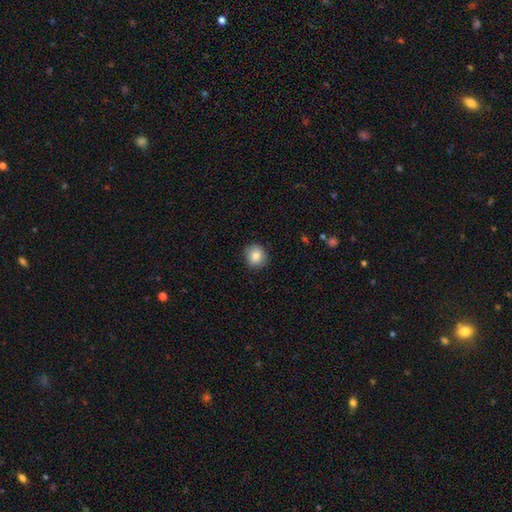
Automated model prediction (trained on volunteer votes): Q: Smooth or featured?
A: smooth (85%); runner-up: star or artifact (9%)
Q: How rounded?
A: round (85%); runner-up: in between (14%)
Q: Merging?
A: none (89%); runner-up: minor disturbance (8%)